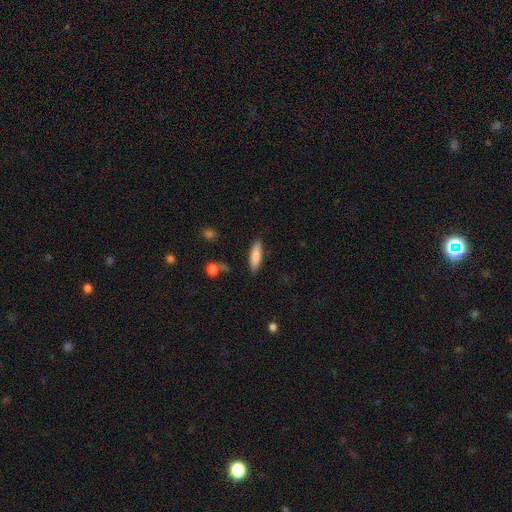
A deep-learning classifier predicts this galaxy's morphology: Smooth or featured? smooth (77%)
How rounded? cigar-shaped (59%)
Merging? none (84%)